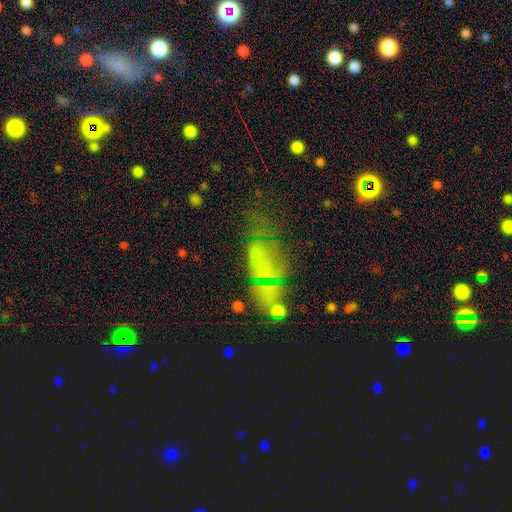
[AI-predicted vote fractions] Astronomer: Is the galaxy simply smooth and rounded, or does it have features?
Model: smooth — 43% (runner-up: star or artifact, 34%).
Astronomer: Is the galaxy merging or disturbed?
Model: none — 38% (runner-up: major disturbance, 27%).